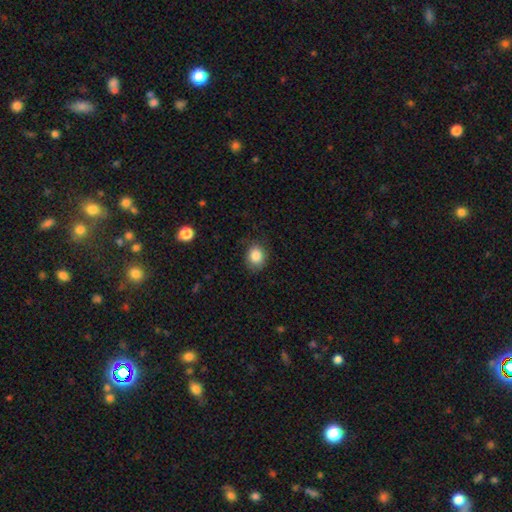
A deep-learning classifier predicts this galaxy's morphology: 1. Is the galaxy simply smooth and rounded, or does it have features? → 86% smooth, 9% star or artifact, 5% featured or disk.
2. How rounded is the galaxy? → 62% round, 37% in between, 1% cigar-shaped.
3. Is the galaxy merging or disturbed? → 80% none, 16% minor disturbance, 4% major disturbance, 1% merger.